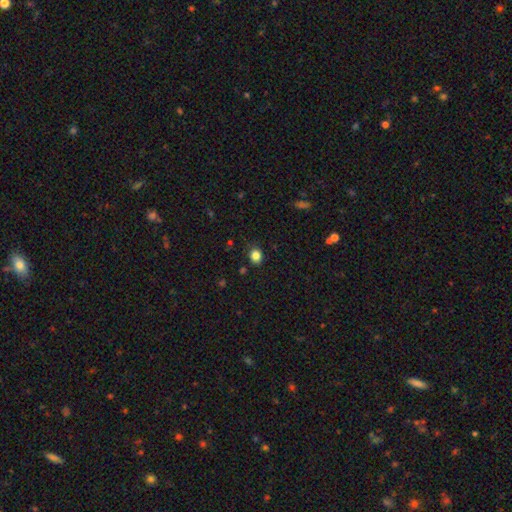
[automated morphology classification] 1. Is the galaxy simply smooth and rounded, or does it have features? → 83% smooth, 12% star or artifact, 5% featured or disk.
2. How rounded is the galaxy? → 65% round, 34% in between, 1% cigar-shaped.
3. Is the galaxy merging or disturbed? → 85% none, 11% minor disturbance, 3% major disturbance, 2% merger.